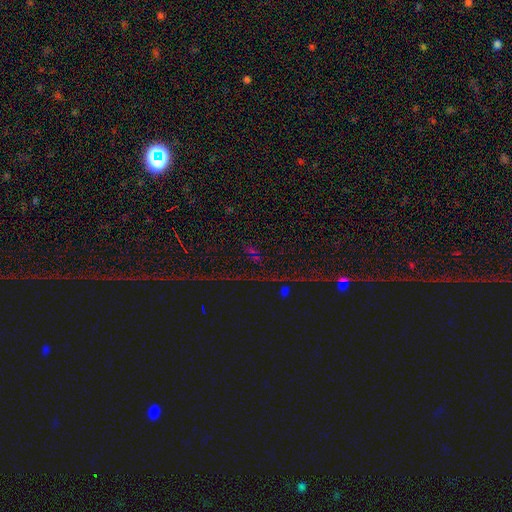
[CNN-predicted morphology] Q: Smooth or featured?
A: star or artifact (74%); runner-up: smooth (17%)